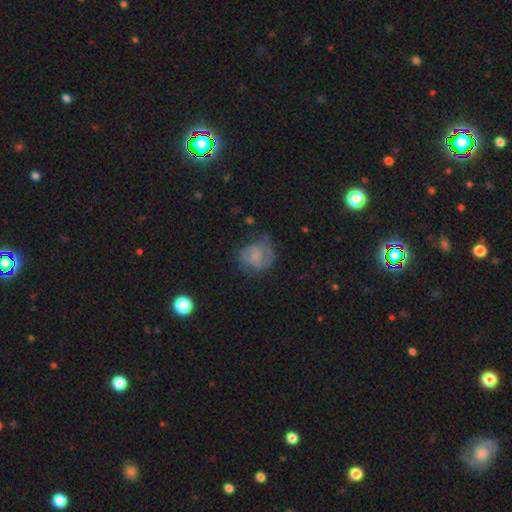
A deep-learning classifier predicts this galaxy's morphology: This appears to be a featured or disk galaxy (54%) with no bar (55%), spiral arms (83%) and no central bulge (36%). Merging: none (59%).